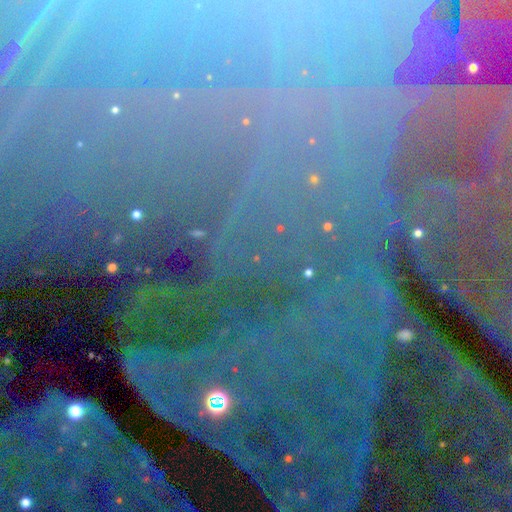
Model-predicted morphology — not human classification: This is clearly a star or artifact rather than a galaxy (84%).